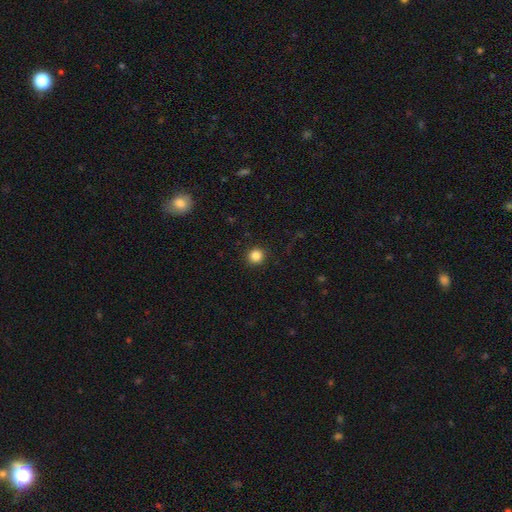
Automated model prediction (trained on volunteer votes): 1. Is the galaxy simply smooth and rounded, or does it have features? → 85% smooth, 11% star or artifact, 4% featured or disk.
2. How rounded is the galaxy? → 93% round, 6% in between, 1% cigar-shaped.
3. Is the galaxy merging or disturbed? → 92% none, 5% minor disturbance, 2% major disturbance, 1% merger.